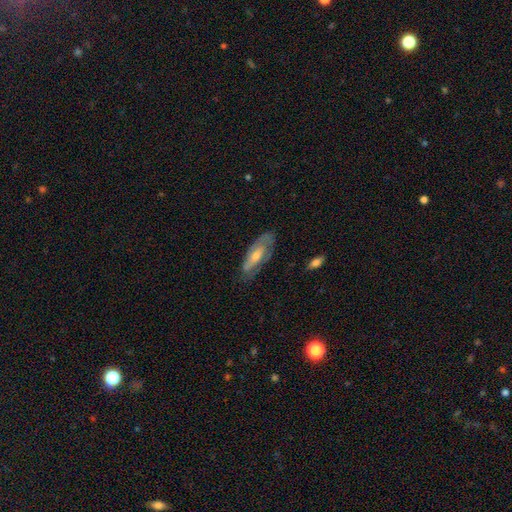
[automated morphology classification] Q: Smooth or featured?
A: featured or disk (60%); runner-up: smooth (32%)
Q: Edge-on disk?
A: no (77%); runner-up: yes (23%)
Q: Merging?
A: none (68%); runner-up: minor disturbance (22%)